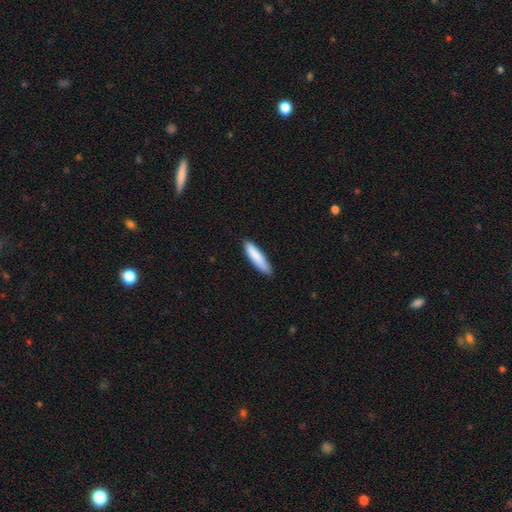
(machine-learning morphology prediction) This is clearly a smooth galaxy (85%). How rounded: likely cigar-shaped (77%). Merging: clearly none (86%).